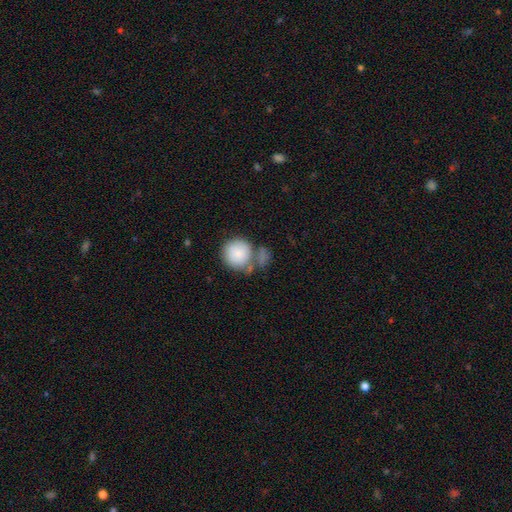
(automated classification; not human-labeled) smooth 64%, star or artifact 22%, featured or disk 14%. Down the decision tree: how rounded — round (90%); merging — none (56%).